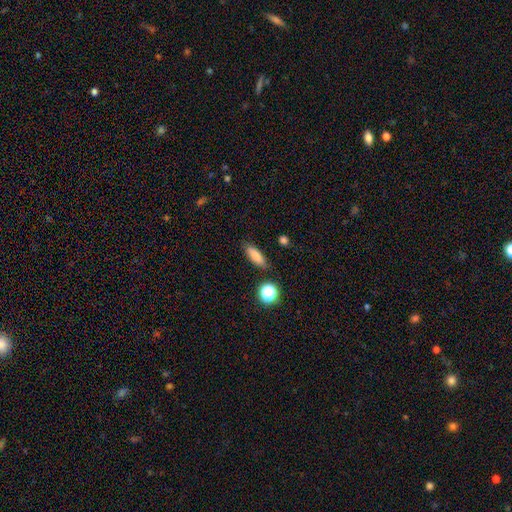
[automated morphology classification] Smooth or featured? smooth (80%)
How rounded? in between (60%)
Merging? none (84%)